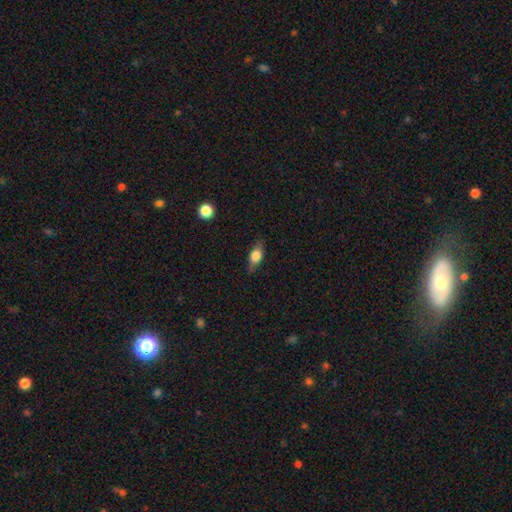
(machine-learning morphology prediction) A smooth galaxy with no disk features (69%) that is in between round and cigar-shaped (77%).

Vote fractions:
- Smooth or featured? smooth: 69% / featured or disk: 23% / star or artifact: 8%
- How rounded? in between: 77% / cigar-shaped: 14% / round: 9%
- Merging? none: 80% / minor disturbance: 15% / major disturbance: 4% / merger: 1%